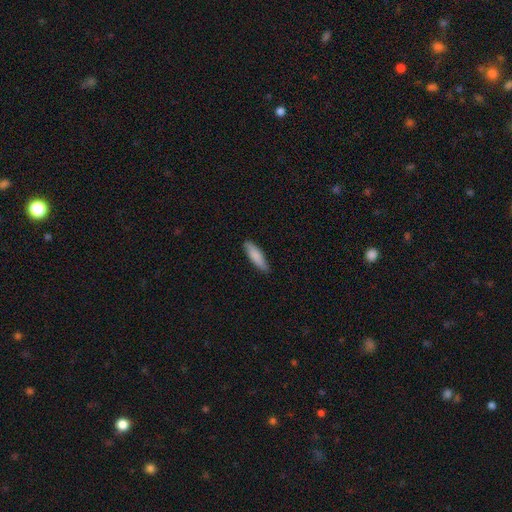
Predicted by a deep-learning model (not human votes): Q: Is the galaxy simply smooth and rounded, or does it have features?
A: smooth — 84%.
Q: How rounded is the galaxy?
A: cigar-shaped — 63%.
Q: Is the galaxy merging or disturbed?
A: none — 86%.